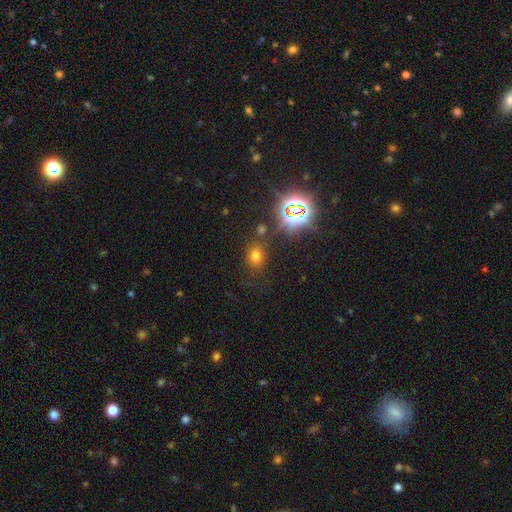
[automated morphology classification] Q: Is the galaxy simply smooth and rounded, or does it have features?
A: smooth — 59%.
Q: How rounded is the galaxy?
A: in between — 61%.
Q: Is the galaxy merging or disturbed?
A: none — 75%.